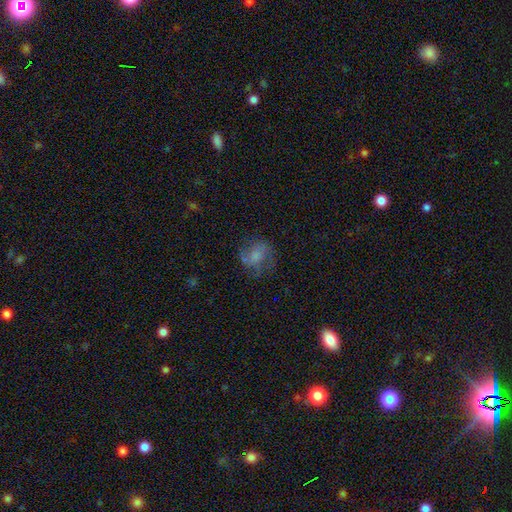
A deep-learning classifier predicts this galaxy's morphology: A smooth galaxy with no disk features (45%). Merging: none (59%).